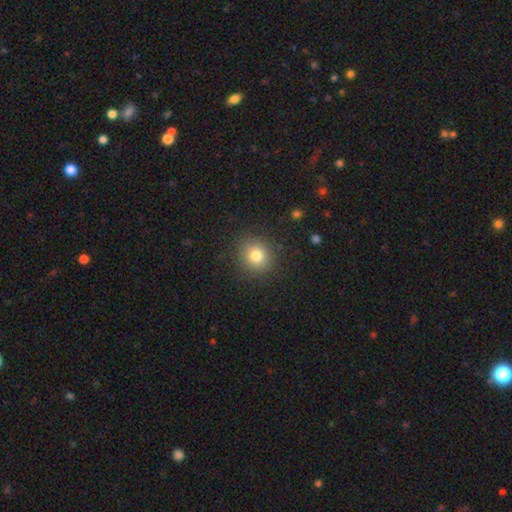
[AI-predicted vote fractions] The model was most divided on "smooth or featured": smooth: 79%, star or artifact: 13%, featured or disk: 8%. More confident: merging — none (88%); how rounded — round (88%).